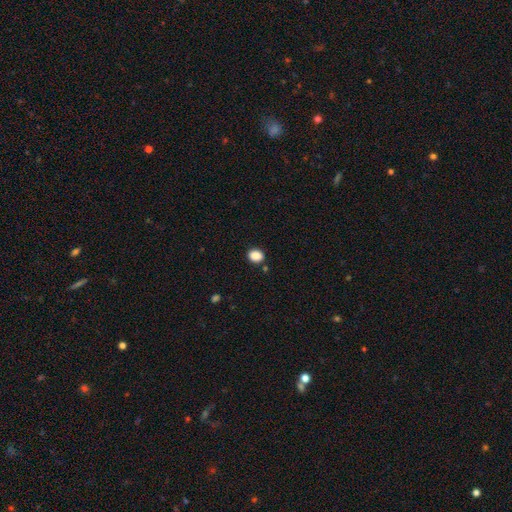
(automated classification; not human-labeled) Overall: smooth (88%). How rounded: round (50%; in between 49%). Merging: none (87%).